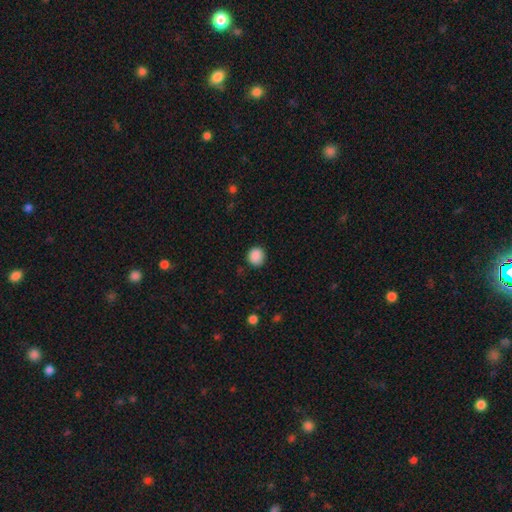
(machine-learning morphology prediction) Smooth or featured? smooth (88%)
How rounded? round (86%)
Merging? none (86%)